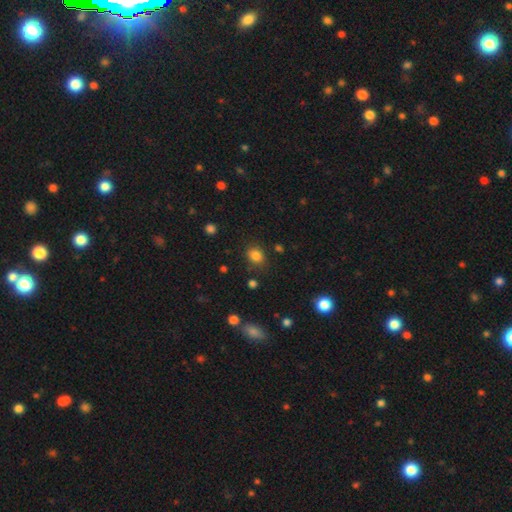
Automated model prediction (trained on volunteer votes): Q: Smooth or featured?
A: smooth (82%); runner-up: star or artifact (13%)
Q: How rounded?
A: round (63%); runner-up: in between (36%)
Q: Merging?
A: none (81%); runner-up: minor disturbance (13%)